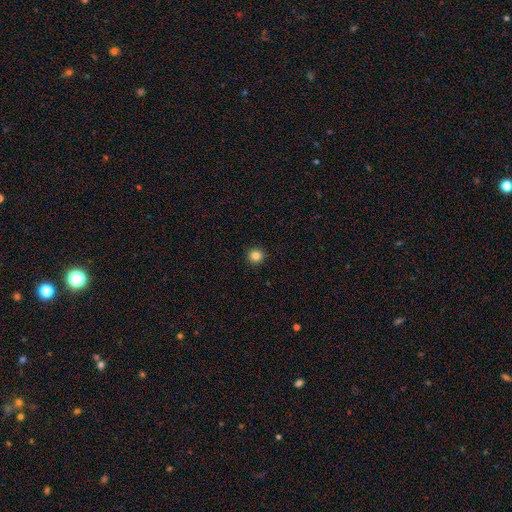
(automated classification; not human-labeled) This appears to be a smooth galaxy with no disk features (84%) that is round (94%). Merging: none (93%).